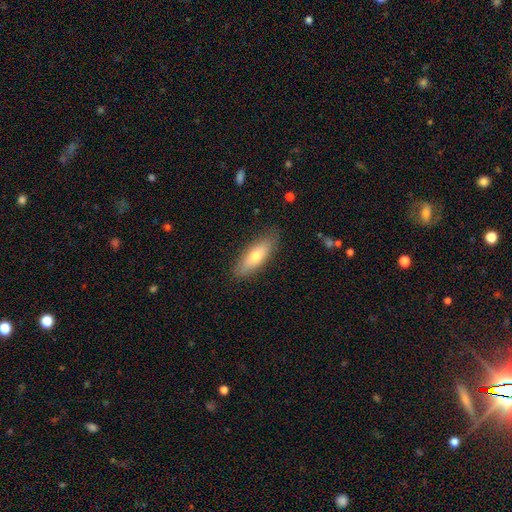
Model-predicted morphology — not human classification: The model was most divided on "how rounded": in between: 60%, cigar-shaped: 38%, round: 2%. More confident: merging — none (84%); smooth or featured — smooth (68%).